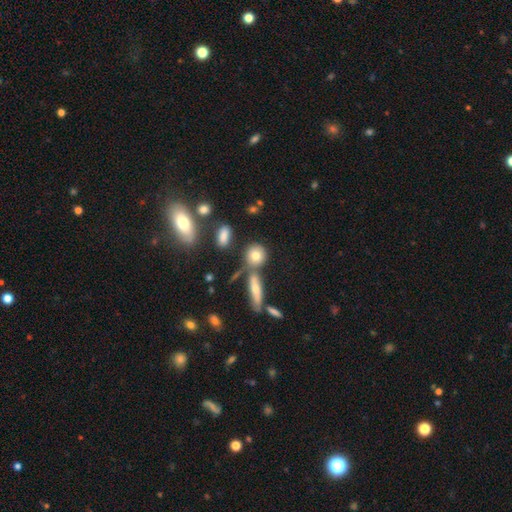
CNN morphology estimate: Smooth or featured?
  - smooth: 76% *
  - featured or disk: 14%
  - star or artifact: 10%
How rounded?
  - round: 74% *
  - in between: 21%
  - cigar-shaped: 5%
Merging?
  - none: 65% *
  - merger: 19%
  - minor disturbance: 12%
  - major disturbance: 4%